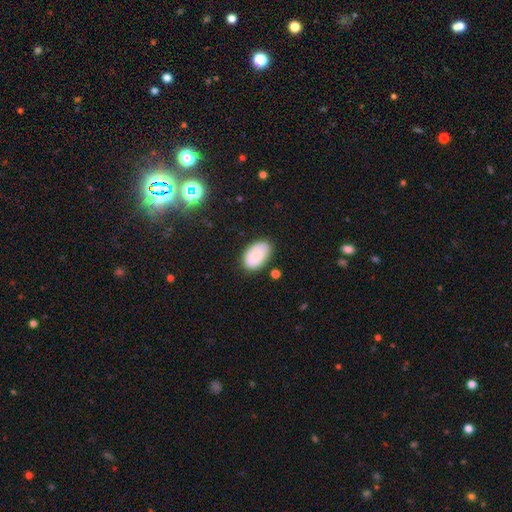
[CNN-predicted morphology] type=smooth (79%); roundness=in between (93%); merging=none (74%).